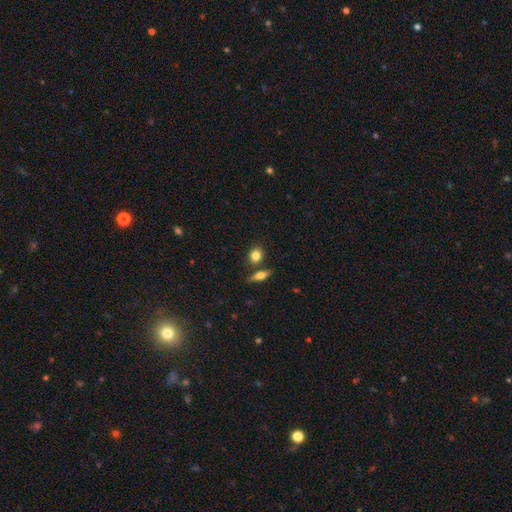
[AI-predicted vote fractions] smooth-or-featured: smooth: 80% | featured or disk: 11% | star or artifact: 9%
  how-rounded: round: 60% | in between: 36% | cigar-shaped: 4%
  merging: none: 73% | merger: 14% | minor disturbance: 10% | major disturbance: 3%